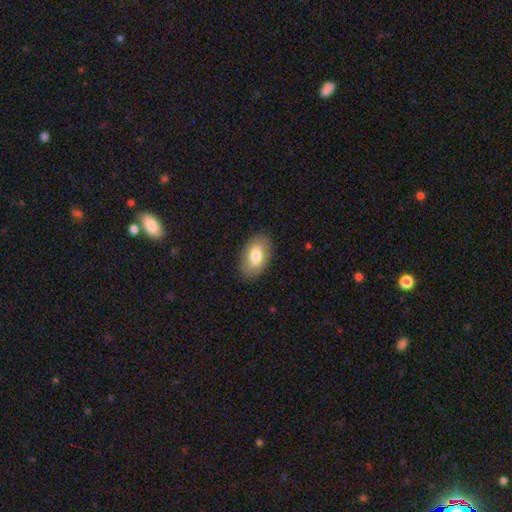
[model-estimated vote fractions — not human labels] Morphology: type=smooth (77%); roundness=in between (92%); merging=none (86%).